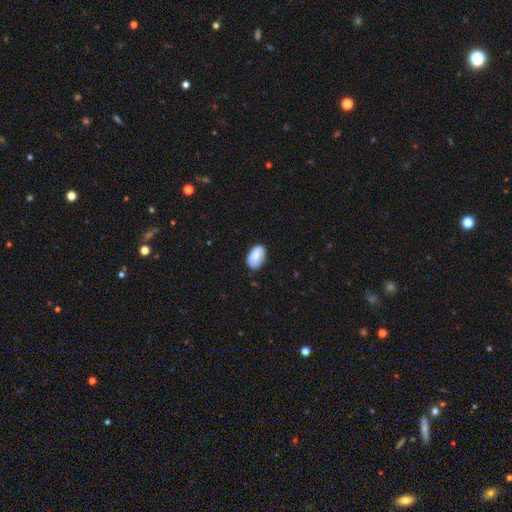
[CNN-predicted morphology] Smooth or featured: smooth — 85% (featured or disk — 8%)
How rounded: in between — 91% (round — 8%)
Merging: none — 75% (minor disturbance — 20%)